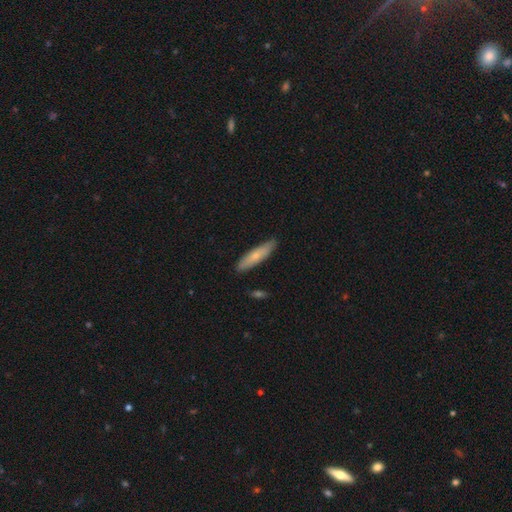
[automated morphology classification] This is likely a smooth galaxy (67%). How rounded: likely cigar-shaped (77%). Merging: clearly none (86%).